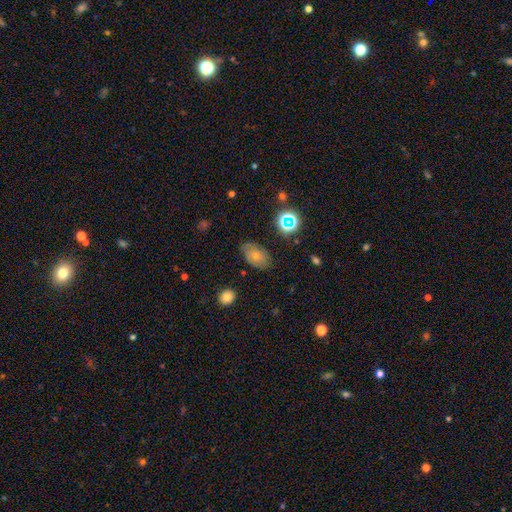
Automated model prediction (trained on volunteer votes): A smooth galaxy with no disk features (64%) that is in between round and cigar-shaped (85%).

Vote fractions:
- Smooth or featured? smooth: 64% / featured or disk: 22% / star or artifact: 14%
- How rounded? in between: 85% / round: 13% / cigar-shaped: 2%
- Merging? none: 71% / minor disturbance: 21% / major disturbance: 6% / merger: 2%